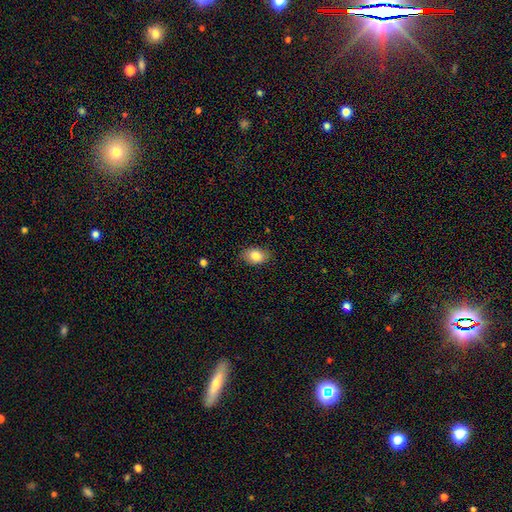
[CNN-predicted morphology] A smooth galaxy with no disk features (84%) that is in between round and cigar-shaped (80%). Merging: none (82%).